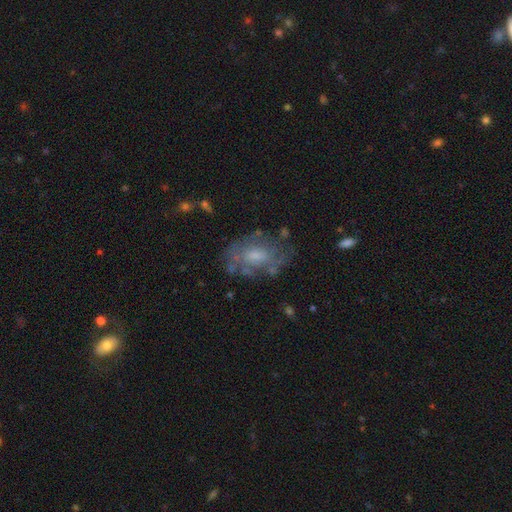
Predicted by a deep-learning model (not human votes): Smooth or featured? Predicted: featured or disk (p=0.55). Edge-on disk? Predicted: no (p=0.95). Bar? Predicted: no (p=0.68). Spiral arms? Predicted: no (p=0.55). Bulge size? Predicted: moderate (p=0.44). Merging? Predicted: none (p=0.59).